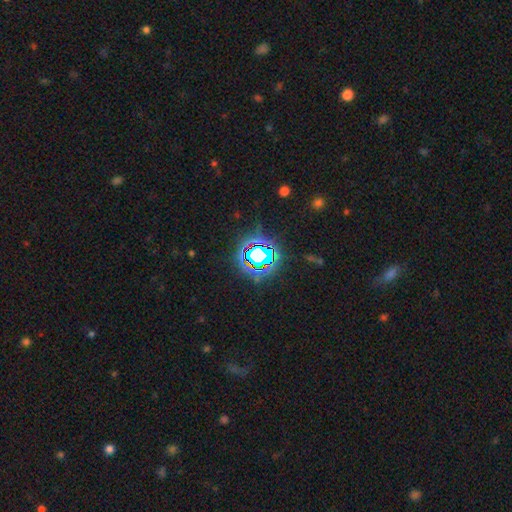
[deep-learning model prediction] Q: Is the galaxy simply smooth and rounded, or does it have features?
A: star or artifact — 73%.